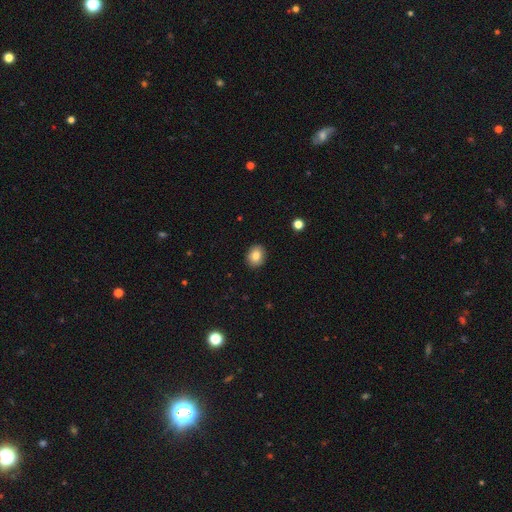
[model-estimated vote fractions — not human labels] smooth-or-featured: smooth: 84% | star or artifact: 9% | featured or disk: 7%
  how-rounded: round: 53% | in between: 46% | cigar-shaped: 1%
  merging: none: 90% | minor disturbance: 7% | major disturbance: 2% | merger: 1%